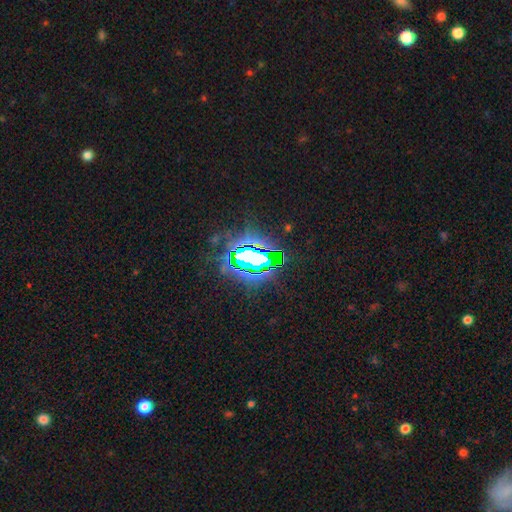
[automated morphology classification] Smooth or featured: star or artifact — 76% (featured or disk — 13%)